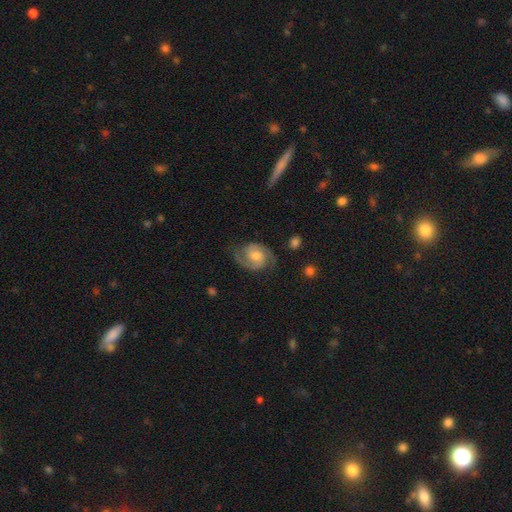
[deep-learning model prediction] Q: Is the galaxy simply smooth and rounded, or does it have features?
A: featured or disk — 86%.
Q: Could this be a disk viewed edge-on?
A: no — 98%.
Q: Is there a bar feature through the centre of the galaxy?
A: no — 57%.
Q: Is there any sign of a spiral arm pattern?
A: yes — 97%.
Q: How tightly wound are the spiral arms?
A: medium — 52%.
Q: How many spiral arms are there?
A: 2 — 92%.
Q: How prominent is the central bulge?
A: moderate — 63%.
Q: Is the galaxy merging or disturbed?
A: none — 78%.